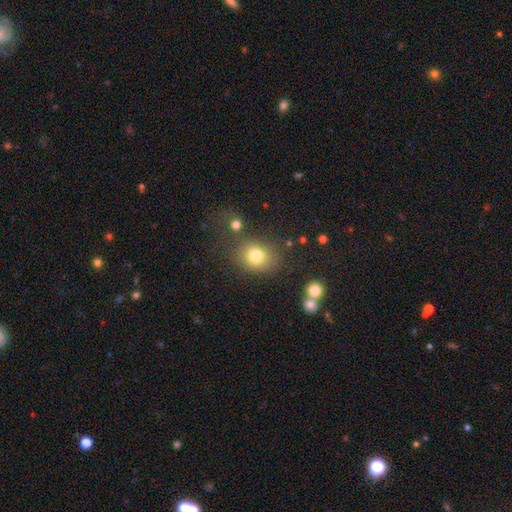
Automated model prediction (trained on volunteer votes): A smooth galaxy with no disk features (79%) that is round (64%). Merging: none (69%).